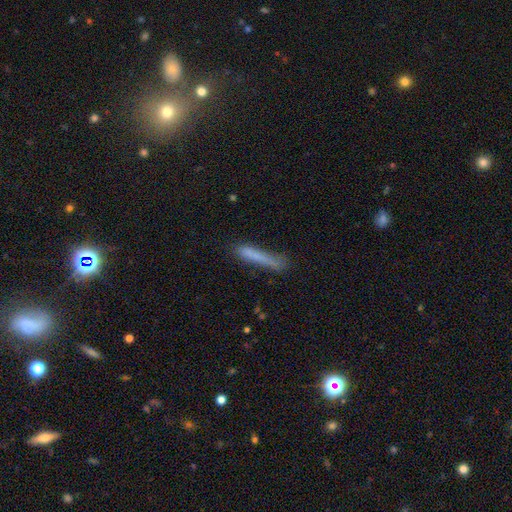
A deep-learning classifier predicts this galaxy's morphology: A smooth galaxy with no disk features (73%) that is cigar-shaped (94%).

Vote fractions:
- Smooth or featured? smooth: 73% / featured or disk: 18% / star or artifact: 9%
- How rounded? cigar-shaped: 94% / in between: 5% / round: 1%
- Merging? none: 68% / minor disturbance: 21% / major disturbance: 8% / merger: 4%